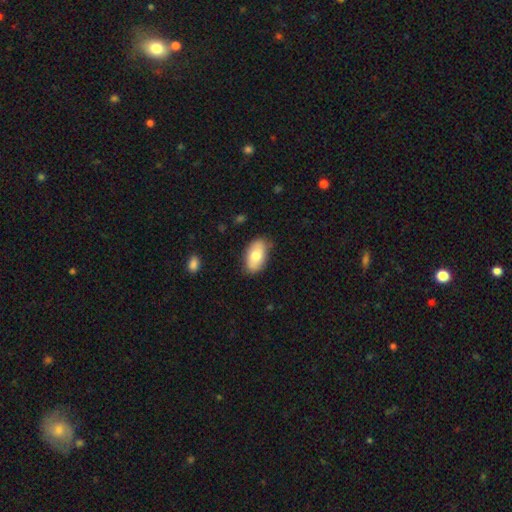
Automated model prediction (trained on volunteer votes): smooth-or-featured: smooth: 75% | featured or disk: 19% | star or artifact: 6%
  how-rounded: in between: 93% | round: 5% | cigar-shaped: 2%
  merging: none: 81% | minor disturbance: 15% | major disturbance: 3% | merger: 1%